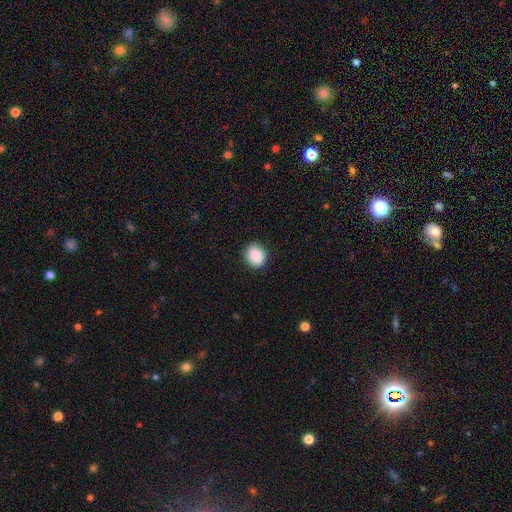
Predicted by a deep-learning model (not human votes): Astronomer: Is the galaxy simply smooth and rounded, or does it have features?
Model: smooth — 89%.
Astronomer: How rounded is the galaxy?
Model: round — 66%.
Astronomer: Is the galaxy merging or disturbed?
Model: none — 89%.